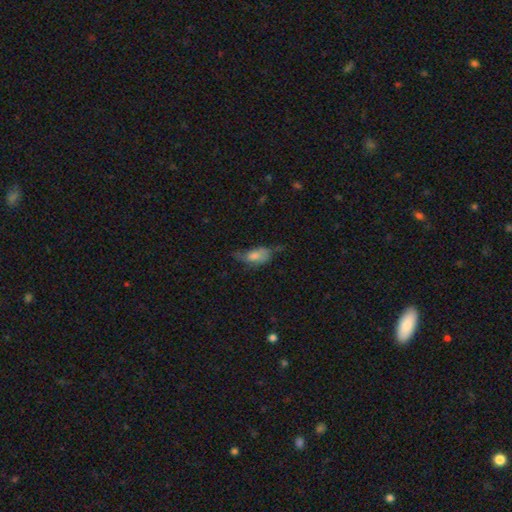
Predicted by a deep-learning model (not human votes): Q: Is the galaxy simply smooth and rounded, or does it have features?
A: smooth — 65%.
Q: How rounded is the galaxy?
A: in between — 87%.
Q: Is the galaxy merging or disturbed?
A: minor disturbance — 34%.